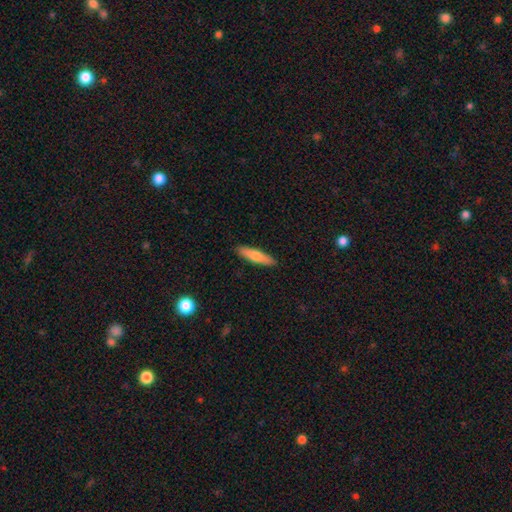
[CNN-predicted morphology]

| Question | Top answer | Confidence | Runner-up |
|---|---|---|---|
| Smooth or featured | smooth | 65% | featured or disk (29%) |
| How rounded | cigar-shaped | 80% | in between (18%) |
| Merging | none | 91% | minor disturbance (7%) |